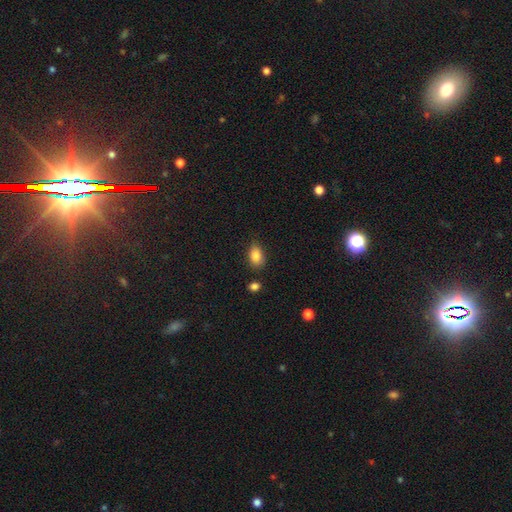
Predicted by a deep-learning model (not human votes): A smooth galaxy with no disk features (85%) that is in between round and cigar-shaped (83%).

Vote fractions:
- Smooth or featured? smooth: 85% / star or artifact: 9% / featured or disk: 6%
- How rounded? in between: 83% / round: 15% / cigar-shaped: 2%
- Merging? none: 75% / minor disturbance: 18% / merger: 4% / major disturbance: 3%